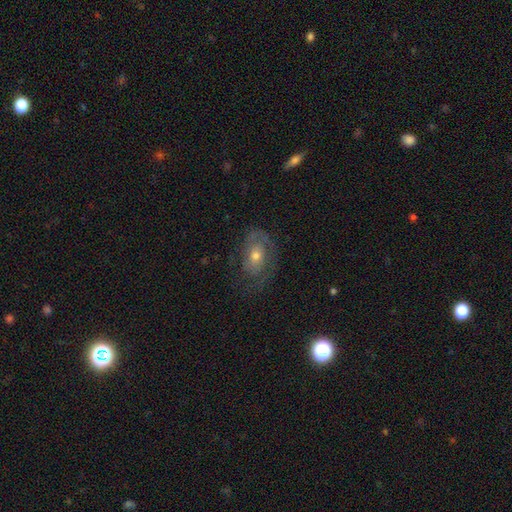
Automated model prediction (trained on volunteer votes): A featured or disk galaxy (68%) with no bar (74%), spiral arms (78%) and a moderate central bulge (57%). Merging: none (64%).